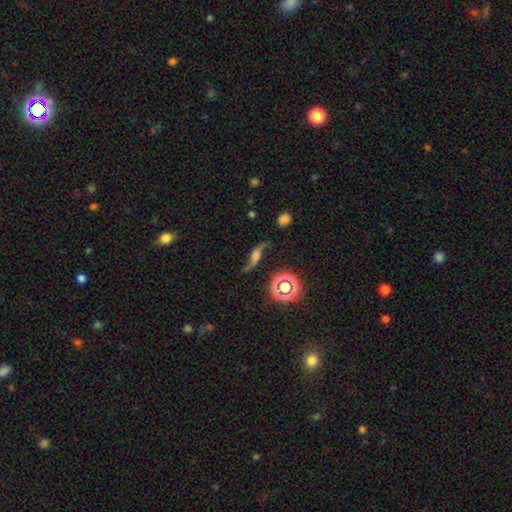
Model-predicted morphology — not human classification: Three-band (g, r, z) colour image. It shows a featured or disk galaxy (60%). Merging: none (63%).